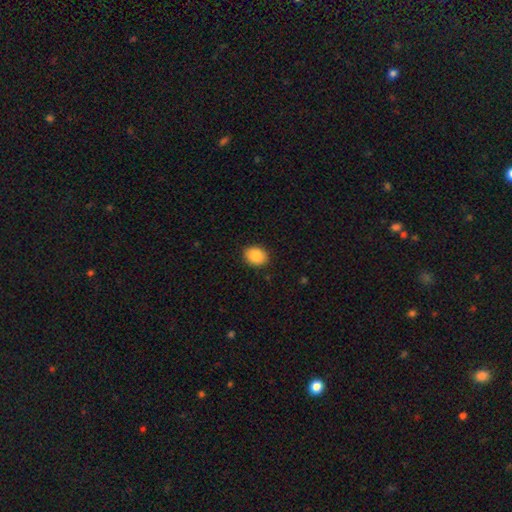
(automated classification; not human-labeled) Smooth or featured?
  - smooth: 88% *
  - star or artifact: 8%
  - featured or disk: 5%
How rounded?
  - in between: 52% *
  - round: 47%
  - cigar-shaped: 1%
Merging?
  - none: 89% *
  - minor disturbance: 8%
  - major disturbance: 2%
  - merger: 1%